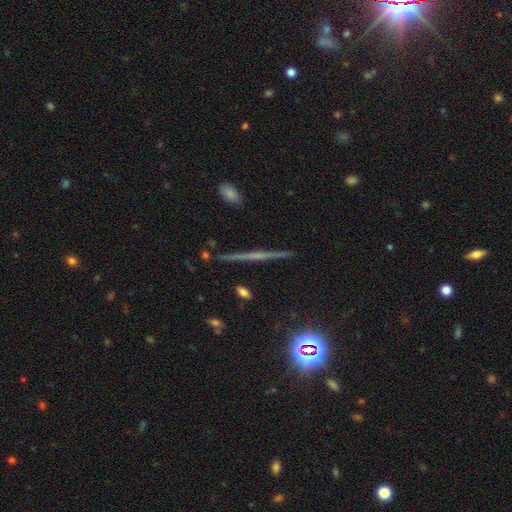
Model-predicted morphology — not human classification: Smooth or featured? Predicted: featured or disk (p=0.66). Edge-on disk? Predicted: yes (p=0.97). Edge-on bulge? Predicted: none (p=0.54). Merging? Predicted: none (p=0.92).